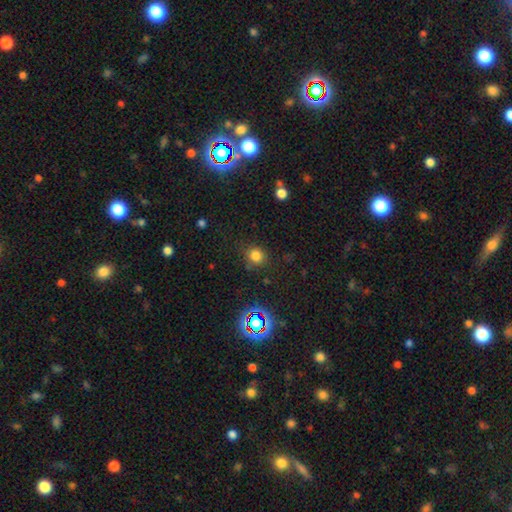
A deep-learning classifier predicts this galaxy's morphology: Overall: smooth (77%). How rounded: round (83%). Merging: none (81%).